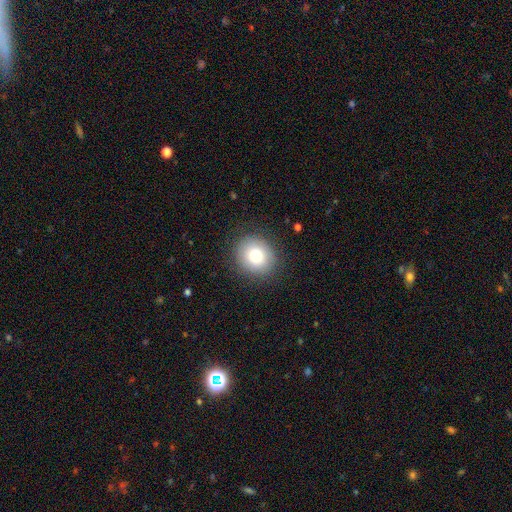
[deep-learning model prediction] The model was most divided on "how rounded": round: 81%, in between: 19%, cigar-shaped: 1%. More confident: merging — none (87%); smooth or featured — smooth (80%).